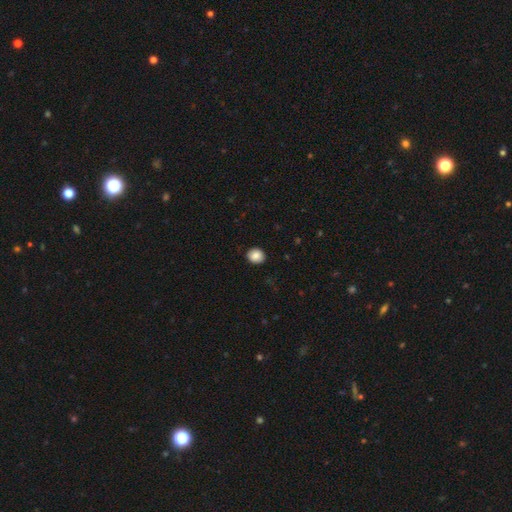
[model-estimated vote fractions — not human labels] Overall: smooth (87%). How rounded: round (73%). Merging: none (89%).